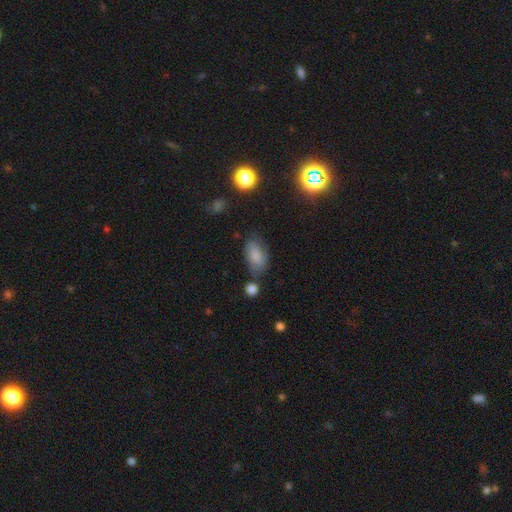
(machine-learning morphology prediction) Q: Smooth or featured?
A: smooth (81%); runner-up: featured or disk (10%)
Q: How rounded?
A: in between (92%); runner-up: round (6%)
Q: Merging?
A: none (62%); runner-up: minor disturbance (23%)